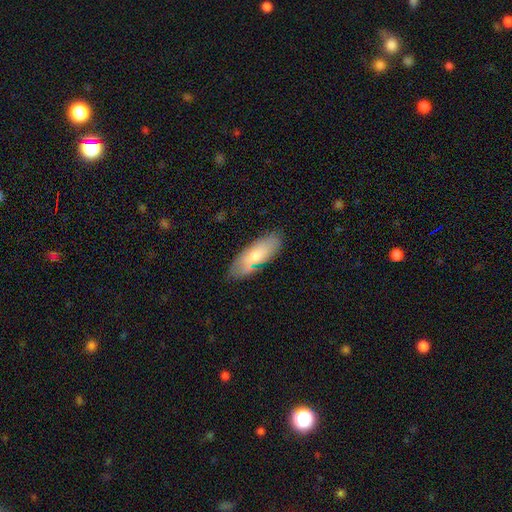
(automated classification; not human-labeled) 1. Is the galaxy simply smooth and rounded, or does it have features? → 69% smooth, 25% featured or disk, 6% star or artifact.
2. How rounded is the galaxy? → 71% in between, 27% cigar-shaped, 2% round.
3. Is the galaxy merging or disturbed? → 76% none, 18% minor disturbance, 4% major disturbance, 2% merger.